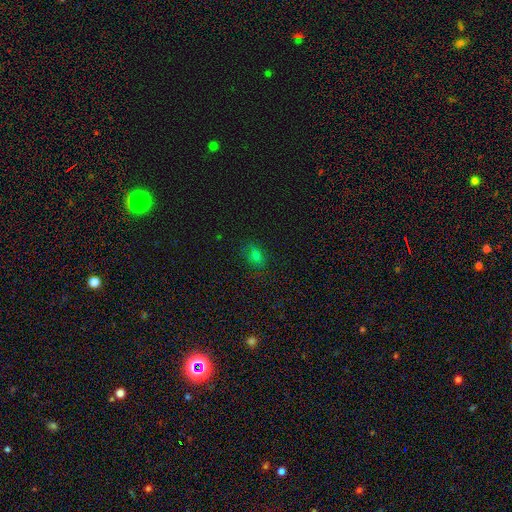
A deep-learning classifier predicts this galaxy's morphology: smooth-or-featured: smooth: 67% | star or artifact: 24% | featured or disk: 10%
  how-rounded: in between: 69% | round: 28% | cigar-shaped: 3%
  merging: none: 73% | minor disturbance: 19% | major disturbance: 6% | merger: 2%